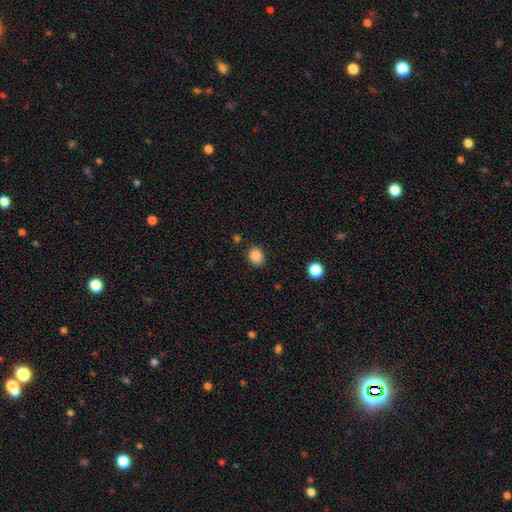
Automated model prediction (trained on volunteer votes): The model was most divided on "how rounded": round: 50%, in between: 49%, cigar-shaped: 1%. More confident: smooth or featured — smooth (87%); merging — none (83%).